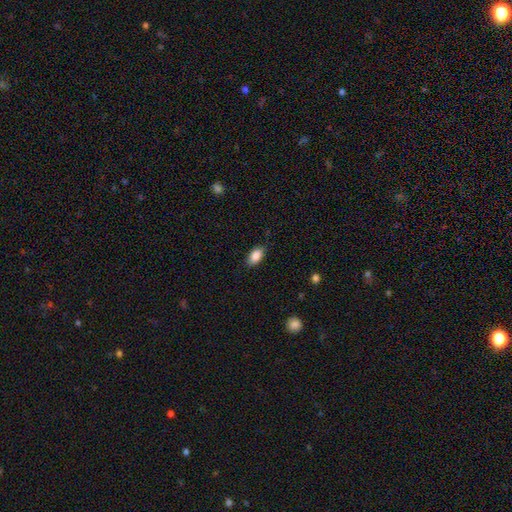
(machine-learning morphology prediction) A smooth galaxy with no disk features (88%) that is in between round and cigar-shaped (92%). Merging: none (86%).